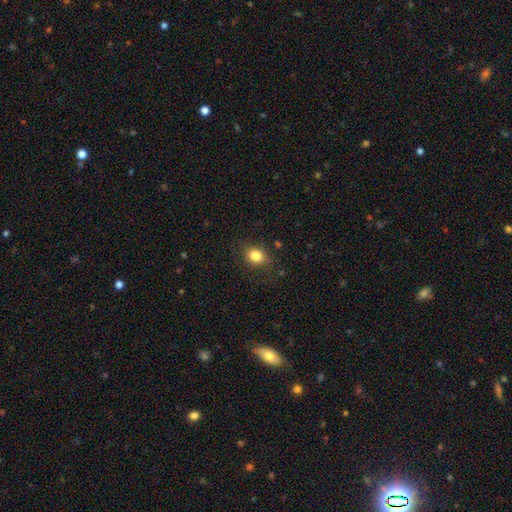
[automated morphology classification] Smooth or featured: smooth — 82% (star or artifact — 11%)
How rounded: round — 63% (in between — 36%)
Merging: none — 83% (minor disturbance — 12%)